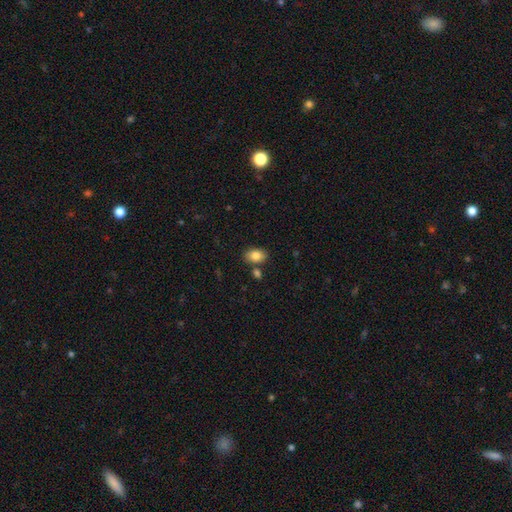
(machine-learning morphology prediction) type=smooth (84%); roundness=in between (82%); merging=none (76%).